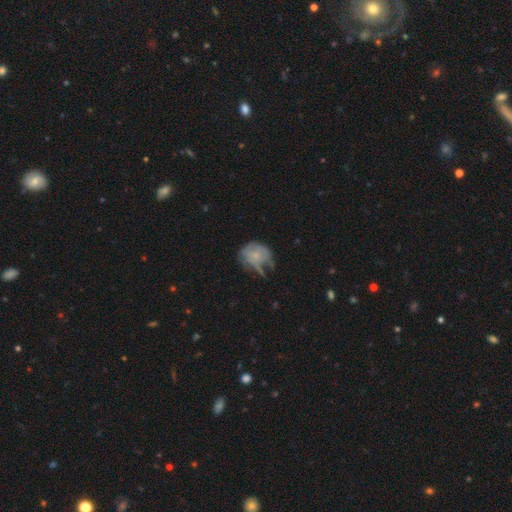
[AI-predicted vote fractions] A smooth galaxy with no disk features (51%) that is round (57%).

Vote fractions:
- Smooth or featured? smooth: 51% / featured or disk: 40% / star or artifact: 10%
- How rounded? round: 57% / in between: 41% / cigar-shaped: 1%
- Merging? major disturbance: 36% / minor disturbance: 30% / none: 30% / merger: 4%